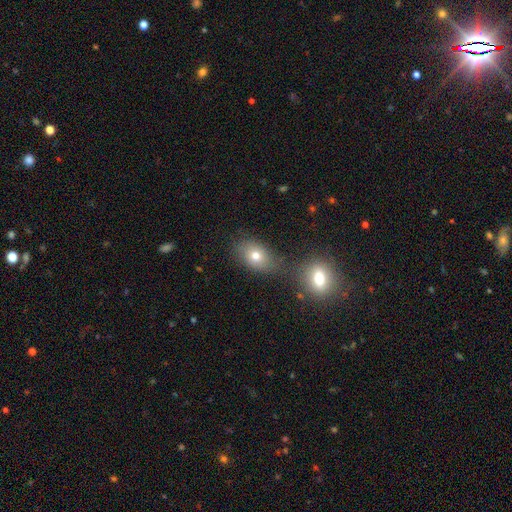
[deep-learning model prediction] Overall: smooth (74%). How rounded: in between (70%). Merging: none (63%).